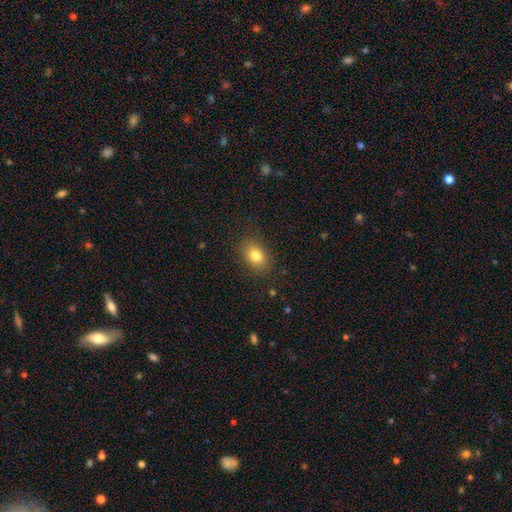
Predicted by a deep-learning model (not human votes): Q: Smooth or featured?
A: smooth (82%); runner-up: star or artifact (10%)
Q: How rounded?
A: in between (79%); runner-up: round (20%)
Q: Merging?
A: none (86%); runner-up: minor disturbance (10%)